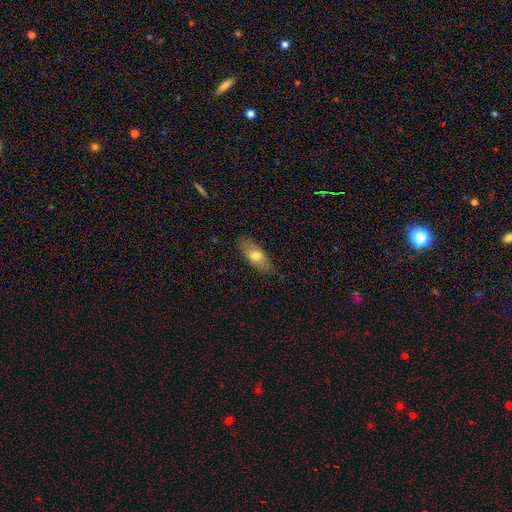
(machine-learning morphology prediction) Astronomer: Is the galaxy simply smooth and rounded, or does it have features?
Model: smooth — 67%.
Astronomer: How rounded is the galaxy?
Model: in between — 75%.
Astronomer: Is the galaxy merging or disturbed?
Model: none — 80%.